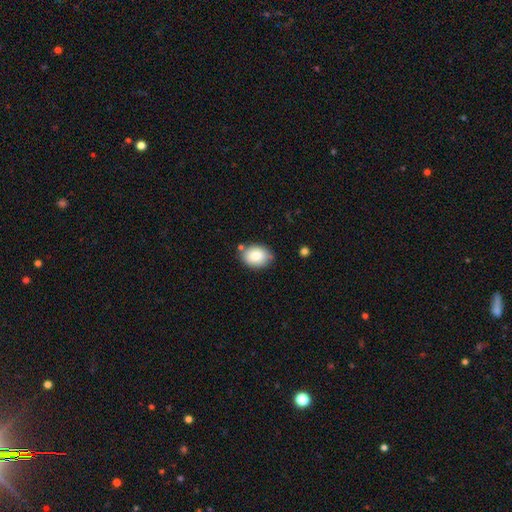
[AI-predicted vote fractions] Morphology: type=smooth (84%); roundness=in between (68%); merging=none (75%).